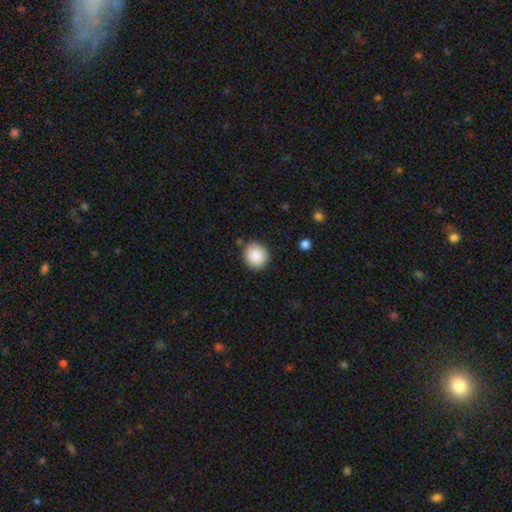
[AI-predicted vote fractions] A smooth galaxy with no disk features (88%) that is round (87%).

Vote fractions:
- Smooth or featured? smooth: 88% / star or artifact: 8% / featured or disk: 5%
- How rounded? round: 87% / in between: 12% / cigar-shaped: 1%
- Merging? none: 86% / minor disturbance: 10% / major disturbance: 2% / merger: 2%